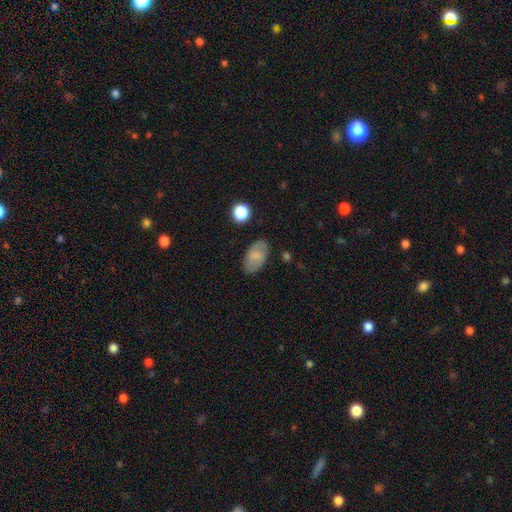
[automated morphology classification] Overall: smooth (74%). How rounded: in between (93%). Merging: none (83%).